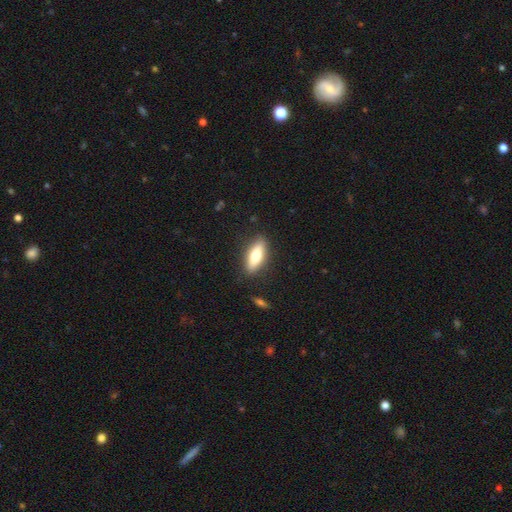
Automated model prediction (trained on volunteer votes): Overall: smooth (69%). How rounded: in between (62%; cigar-shaped 36%). Merging: none (86%).